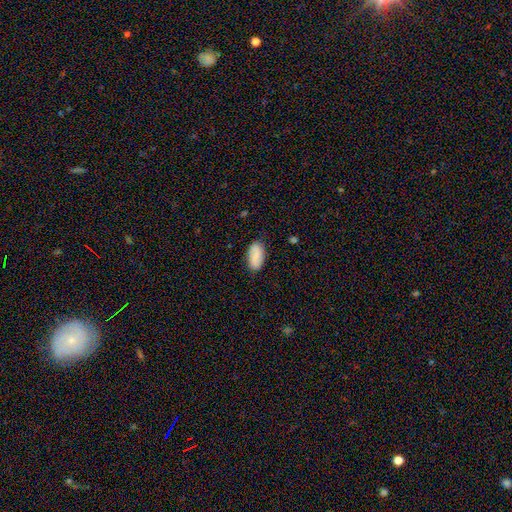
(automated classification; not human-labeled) Smooth or featured?
  - smooth: 81% *
  - featured or disk: 12%
  - star or artifact: 7%
How rounded?
  - in between: 94% *
  - cigar-shaped: 4%
  - round: 3%
Merging?
  - none: 83% *
  - minor disturbance: 13%
  - major disturbance: 3%
  - merger: 1%